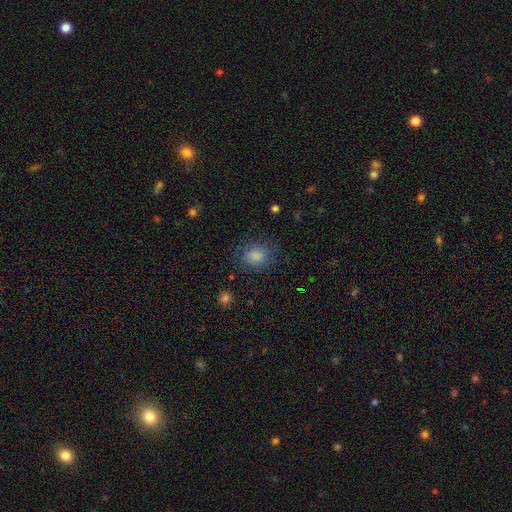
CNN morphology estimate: Q: Smooth or featured?
A: smooth (76%); runner-up: star or artifact (15%)
Q: How rounded?
A: round (59%); runner-up: in between (40%)
Q: Merging?
A: none (77%); runner-up: minor disturbance (15%)